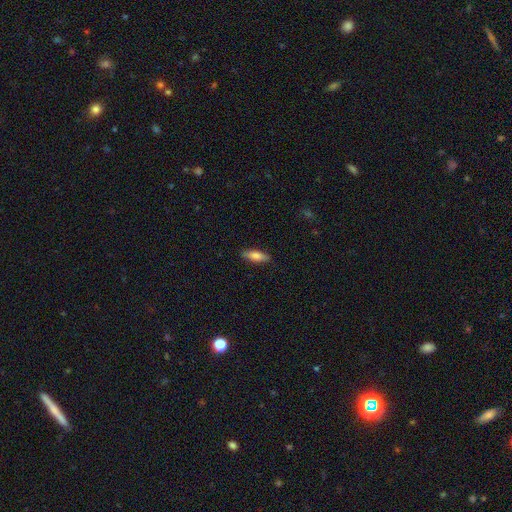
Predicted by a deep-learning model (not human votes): smooth-or-featured: smooth: 70% | featured or disk: 23% | star or artifact: 6%
  how-rounded: cigar-shaped: 51% | in between: 47% | round: 2%
  merging: none: 88% | minor disturbance: 9% | major disturbance: 2% | merger: 1%